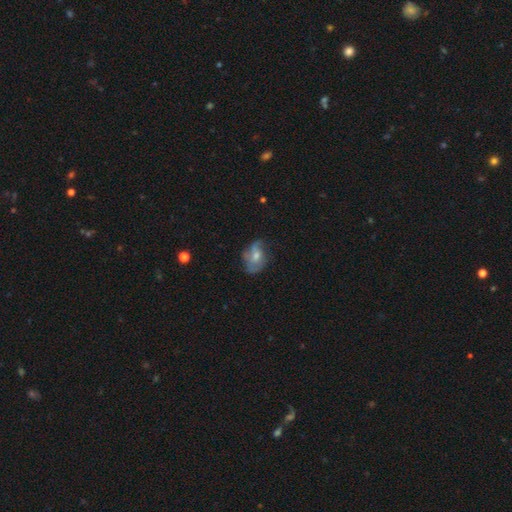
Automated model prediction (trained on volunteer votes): featured or disk 56%, smooth 33%, star or artifact 11%. Down the decision tree: edge-on disk — no (95%); bar — no (68%); spiral arms — yes (65%); bulge size — moderate (56%); merging — none (51%).